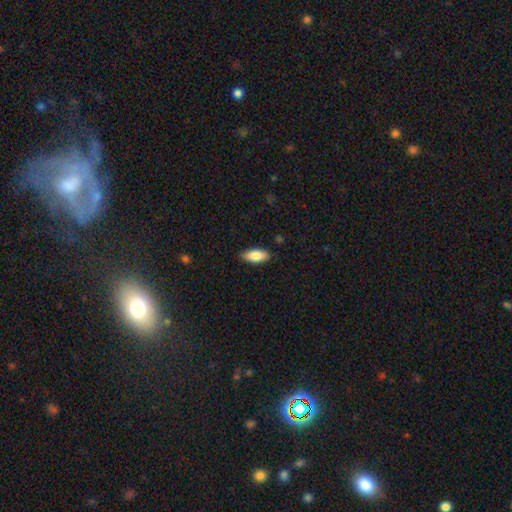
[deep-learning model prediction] smooth_or_featured: smooth (p=0.82) [alt: featured or disk p=0.11]
how_rounded: in between (p=0.82) [alt: cigar-shaped p=0.16]
merging: none (p=0.88) [alt: minor disturbance p=0.09]